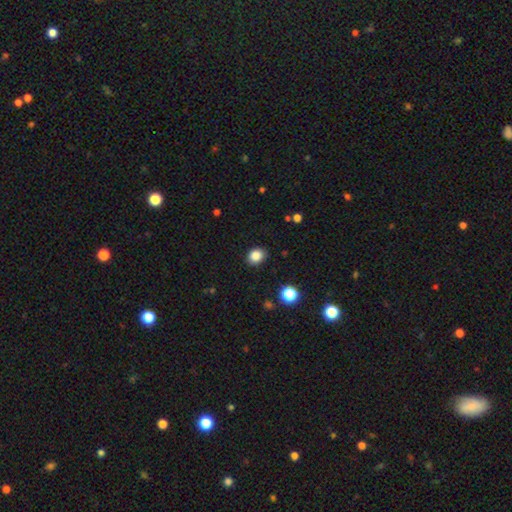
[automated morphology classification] Smooth or featured: smooth — 85% (star or artifact — 11%)
How rounded: round — 52% (in between — 47%)
Merging: none — 86% (minor disturbance — 10%)